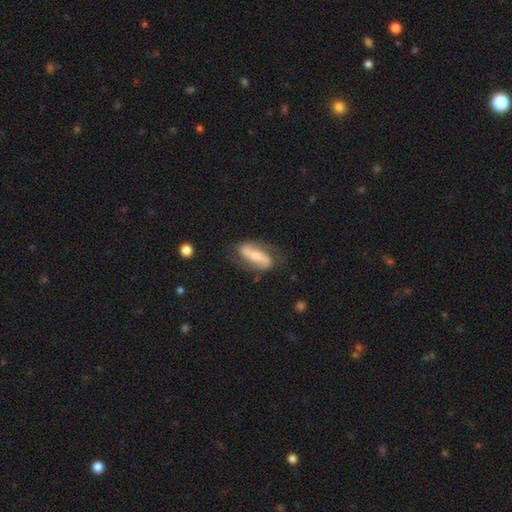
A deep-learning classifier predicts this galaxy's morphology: A featured or disk galaxy (70%) with a strong bar (60%), 2 (88%) loose (44%) spiral arms (85%) and a small central bulge (47%). Merging: none (71%).